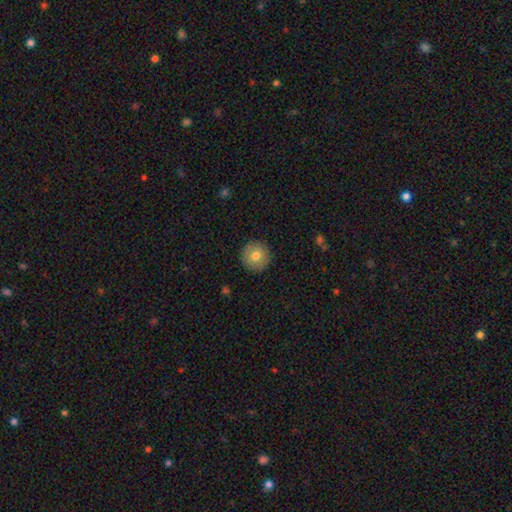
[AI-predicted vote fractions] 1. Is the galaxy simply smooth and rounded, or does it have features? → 78% smooth, 14% featured or disk, 9% star or artifact.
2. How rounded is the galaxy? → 96% round, 3% in between, 1% cigar-shaped.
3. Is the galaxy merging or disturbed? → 92% none, 6% minor disturbance, 2% major disturbance, 1% merger.